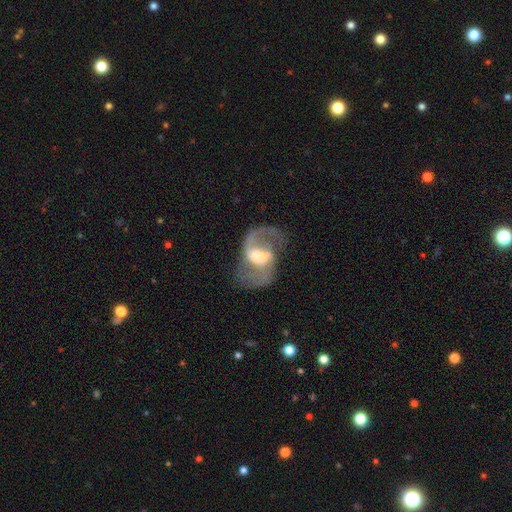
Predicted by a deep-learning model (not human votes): A featured or disk galaxy (84%) with a weak bar (46%), 2 (81%) loose (48%) spiral arms (90%) and a moderate central bulge (48%).

Vote fractions:
- Smooth or featured? featured or disk: 84% / smooth: 10% / star or artifact: 6%
- Edge-on disk? no: 97% / yes: 3%
- Bar? weak: 46% / no: 36% / strong: 19%
- Spiral arms? yes: 90% / no: 10%
- Spiral winding? loose: 48% / medium: 43% / tight: 9%
- Spiral arm count? 2: 81% / 1: 10% / can't tell: 5% / 3: 2% / 4: 1% / more than 4: 1%
- Bulge size? moderate: 48% / small: 39% / large: 7% / none: 4% / dominant: 2%
- Merging? none: 36% (tied) / merger: 36% (tied) / major disturbance: 16% / minor disturbance: 12%